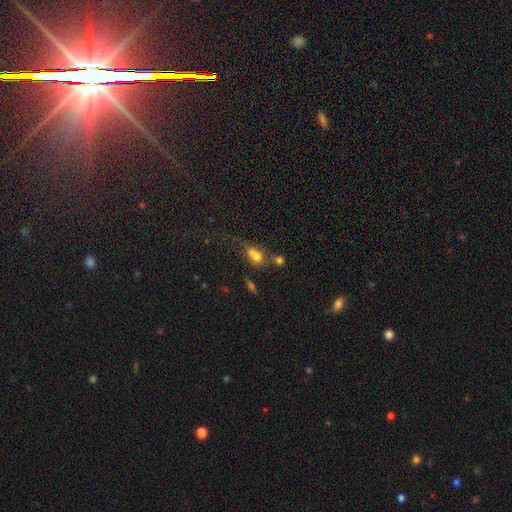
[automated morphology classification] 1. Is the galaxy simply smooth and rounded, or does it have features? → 72% smooth, 15% star or artifact, 13% featured or disk.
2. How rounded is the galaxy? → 63% in between, 31% round, 5% cigar-shaped.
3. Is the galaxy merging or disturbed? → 38% merger, 33% none, 16% minor disturbance, 12% major disturbance.